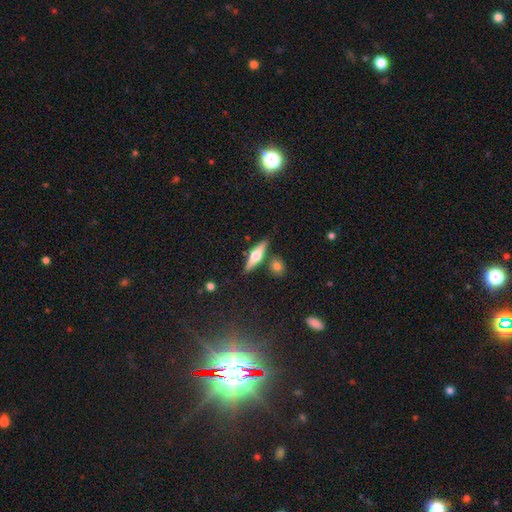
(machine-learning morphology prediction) Smooth or featured: featured or disk — 57% (smooth — 36%)
Edge-on disk: yes — 95% (no — 5%)
Edge-on bulge: rounded — 92% (boxy — 5%)
Merging: none — 78% (minor disturbance — 10%)